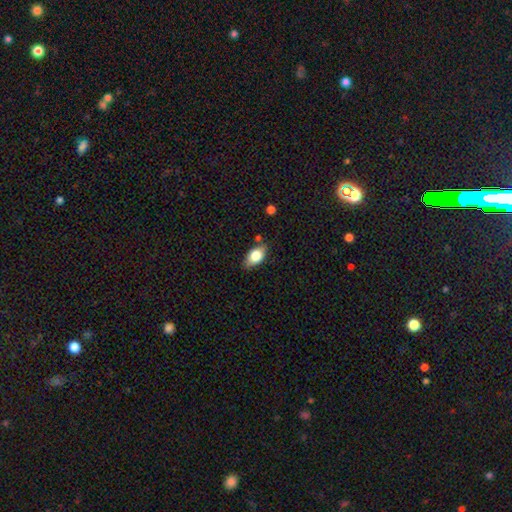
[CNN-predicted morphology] smooth-or-featured: smooth: 78% | featured or disk: 14% | star or artifact: 8%
  how-rounded: in between: 89% | round: 7% | cigar-shaped: 4%
  merging: none: 77% | minor disturbance: 16% | merger: 3% | major disturbance: 3%